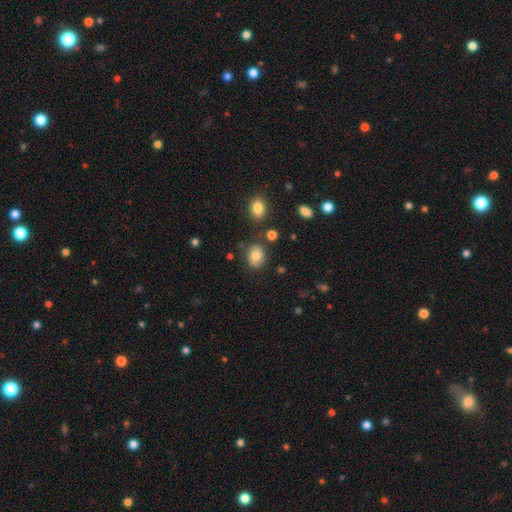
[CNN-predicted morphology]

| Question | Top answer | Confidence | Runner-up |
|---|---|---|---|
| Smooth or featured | smooth | 77% | featured or disk (13%) |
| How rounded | round | 52% | in between (47%) |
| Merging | none | 79% | minor disturbance (13%) |